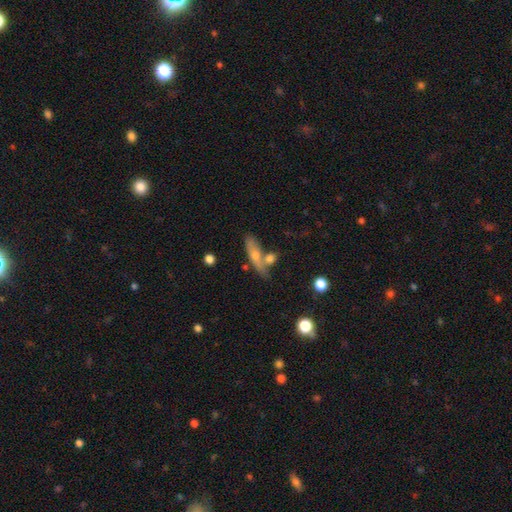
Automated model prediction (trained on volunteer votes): Q: Smooth or featured?
A: smooth (58%); runner-up: featured or disk (34%)
Q: How rounded?
A: cigar-shaped (62%); runner-up: in between (34%)
Q: Merging?
A: none (53%); runner-up: merger (25%)